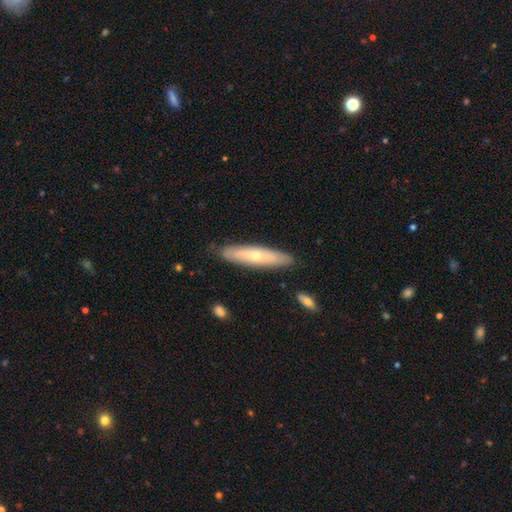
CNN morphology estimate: Q: Smooth or featured?
A: smooth (48%); runner-up: featured or disk (46%)
Q: Merging?
A: none (84%); runner-up: minor disturbance (12%)